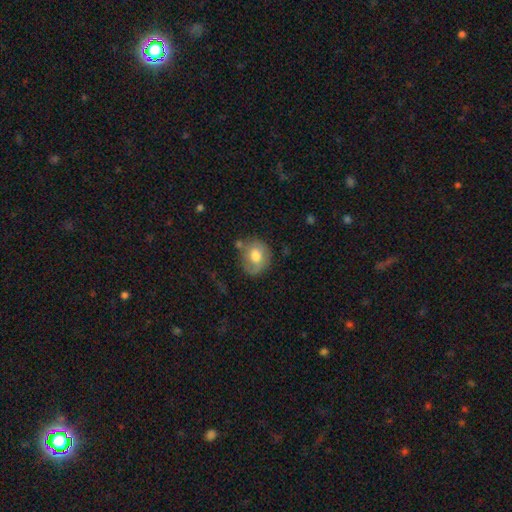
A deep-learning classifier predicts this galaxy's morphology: Q: Smooth or featured?
A: smooth (65%); runner-up: featured or disk (27%)
Q: How rounded?
A: round (70%); runner-up: in between (29%)
Q: Merging?
A: none (59%); runner-up: minor disturbance (24%)